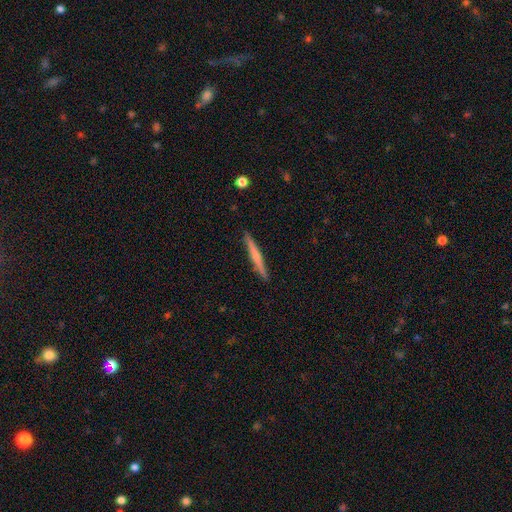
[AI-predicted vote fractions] smooth-or-featured: smooth: 52% | featured or disk: 43% | star or artifact: 5%
  how-rounded: cigar-shaped: 96% | in between: 2% | round: 1%
  merging: none: 91% | minor disturbance: 6% | major disturbance: 1% | merger: 1%